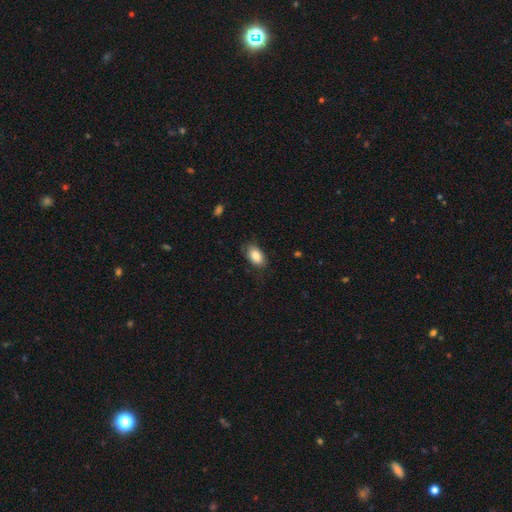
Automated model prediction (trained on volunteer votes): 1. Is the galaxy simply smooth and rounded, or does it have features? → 84% smooth, 9% featured or disk, 7% star or artifact.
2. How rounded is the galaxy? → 92% in between, 6% round, 2% cigar-shaped.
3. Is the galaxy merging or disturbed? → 76% none, 19% minor disturbance, 5% major disturbance, 1% merger.